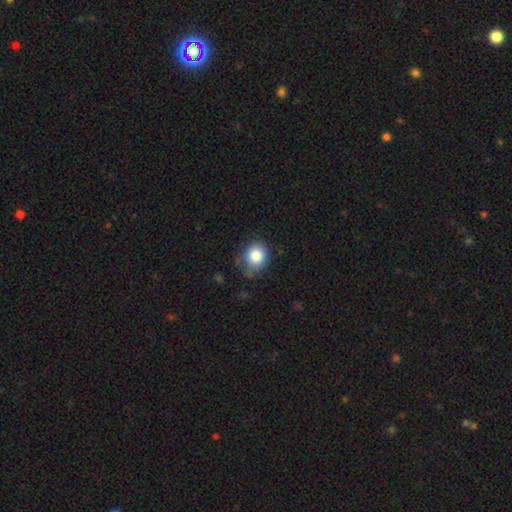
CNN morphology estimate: Smooth or featured? Predicted: smooth (p=0.84). How rounded? Predicted: round (p=0.69). Merging? Predicted: none (p=0.65).